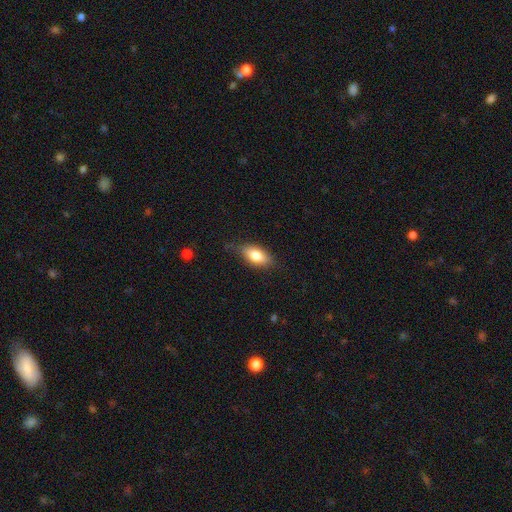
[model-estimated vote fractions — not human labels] Smooth or featured? smooth (77%)
How rounded? in between (87%)
Merging? none (72%)